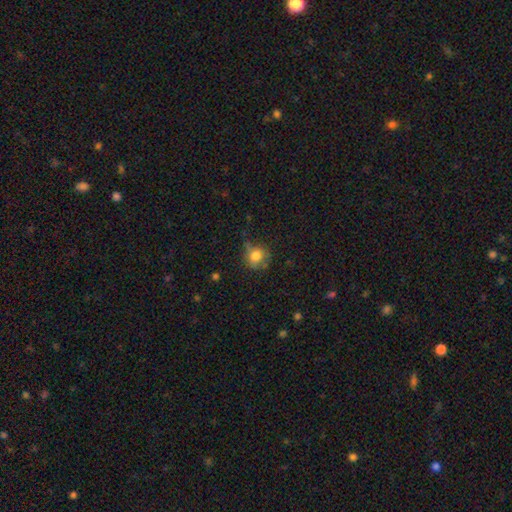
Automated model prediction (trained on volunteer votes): Smooth or featured? smooth (79%)
How rounded? round (82%)
Merging? none (61%)